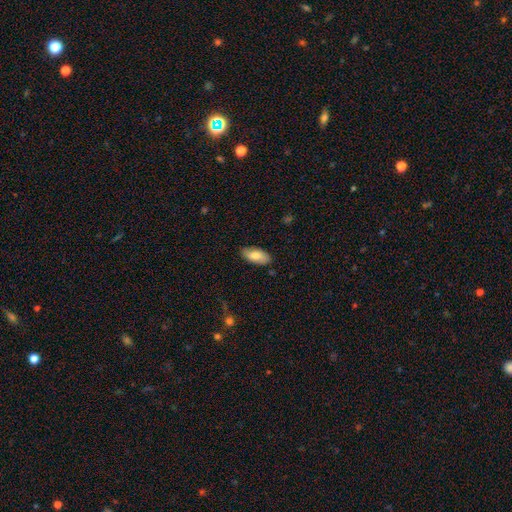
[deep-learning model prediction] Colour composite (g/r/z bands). It shows a smooth galaxy with no disk features (78%) that is in between round and cigar-shaped (91%). Merging: none (84%).